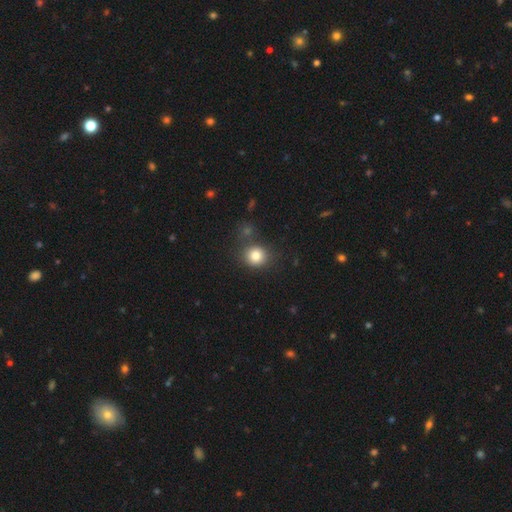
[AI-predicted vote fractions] The model was most divided on "merging": none: 74%, minor disturbance: 12%, merger: 10%, major disturbance: 5%. More confident: how rounded — round (84%); smooth or featured — smooth (82%).